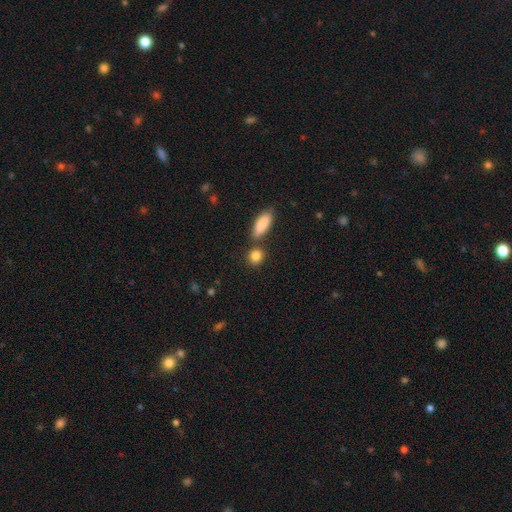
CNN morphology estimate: Smooth or featured?
  - smooth: 86% *
  - star or artifact: 8%
  - featured or disk: 6%
How rounded?
  - round: 66% *
  - in between: 30%
  - cigar-shaped: 5%
Merging?
  - none: 70% *
  - merger: 17%
  - minor disturbance: 10%
  - major disturbance: 3%